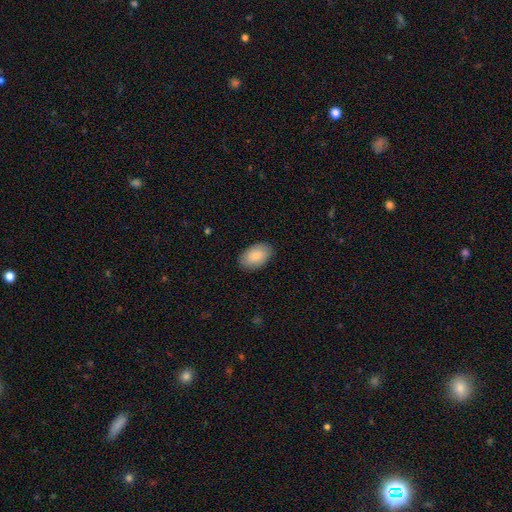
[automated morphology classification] Smooth or featured: smooth — 86% (featured or disk — 8%)
How rounded: in between — 93% (round — 6%)
Merging: none — 87% (minor disturbance — 10%)